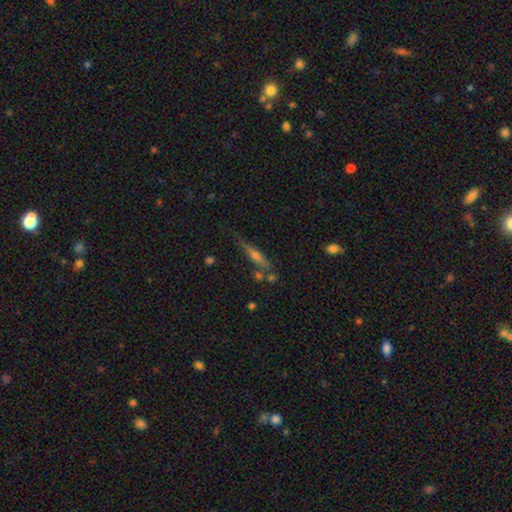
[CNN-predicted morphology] A featured or disk galaxy (57%) viewed edge-on (92%) with a rounded central bulge (78%). Merging: none (68%).